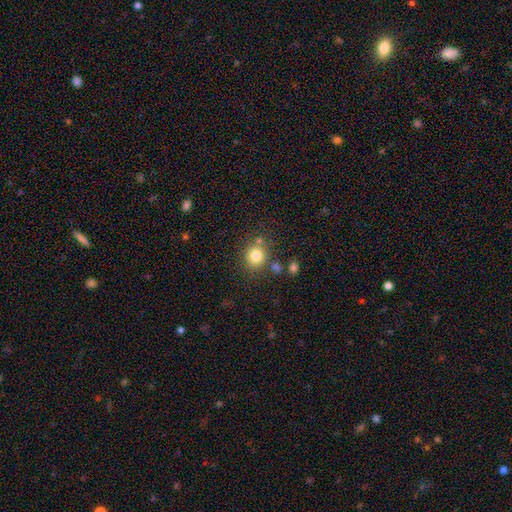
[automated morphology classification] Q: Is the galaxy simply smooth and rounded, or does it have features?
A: smooth — 80%.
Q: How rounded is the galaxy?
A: round — 82%.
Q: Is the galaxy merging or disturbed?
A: none — 76%.